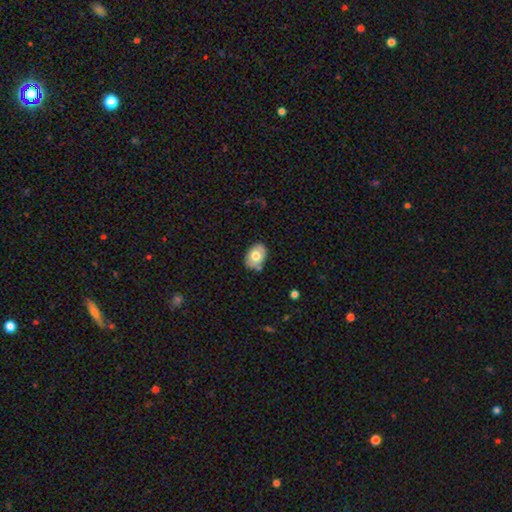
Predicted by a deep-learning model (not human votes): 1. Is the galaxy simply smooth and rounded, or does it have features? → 69% smooth, 24% featured or disk, 7% star or artifact.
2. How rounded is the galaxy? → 76% in between, 23% round, 1% cigar-shaped.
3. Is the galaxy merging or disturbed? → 77% none, 16% minor disturbance, 4% merger, 3% major disturbance.